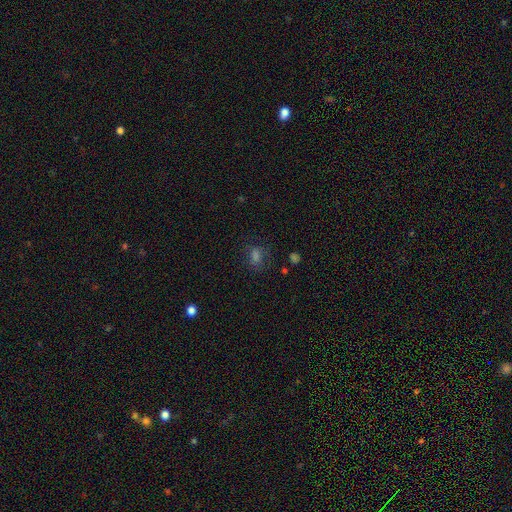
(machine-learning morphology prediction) A smooth galaxy with no disk features (60%) that is in between round and cigar-shaped (61%).

Vote fractions:
- Smooth or featured? smooth: 60% / star or artifact: 27% / featured or disk: 13%
- How rounded? in between: 61% / round: 36% / cigar-shaped: 3%
- Merging? none: 68% / minor disturbance: 18% / major disturbance: 11% / merger: 3%